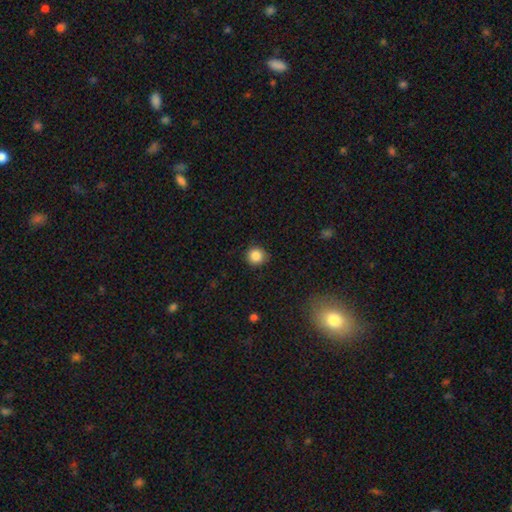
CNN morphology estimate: This appears to be a smooth galaxy with no disk features (85%) that is round (91%). Merging: none (87%).